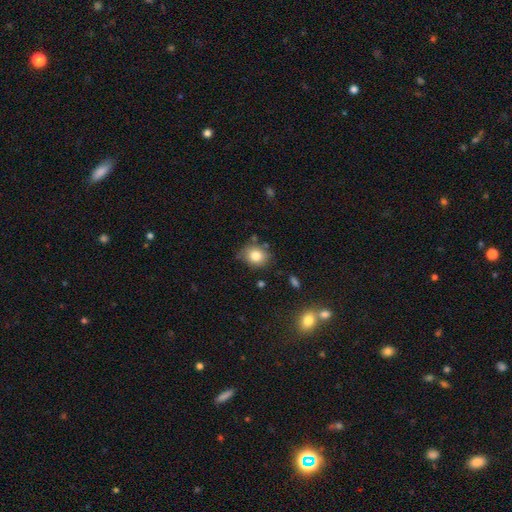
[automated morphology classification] Smooth or featured: smooth — 81% (star or artifact — 10%)
How rounded: round — 63% (in between — 36%)
Merging: none — 77% (minor disturbance — 15%)